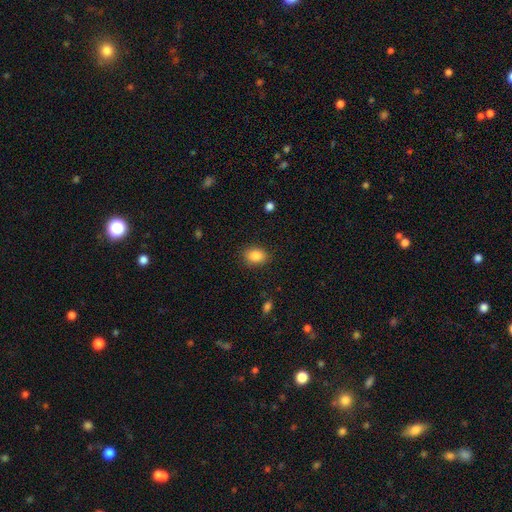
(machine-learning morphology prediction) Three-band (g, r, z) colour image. It shows a smooth galaxy with no disk features (86%) that is in between round and cigar-shaped (73%). Merging: none (85%).